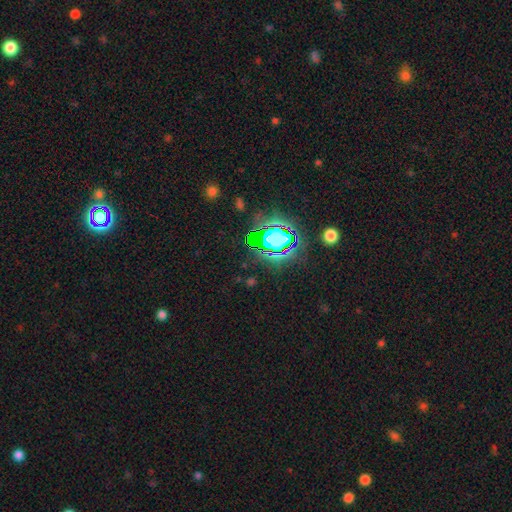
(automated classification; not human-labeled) Smooth or featured? star or artifact (79%)